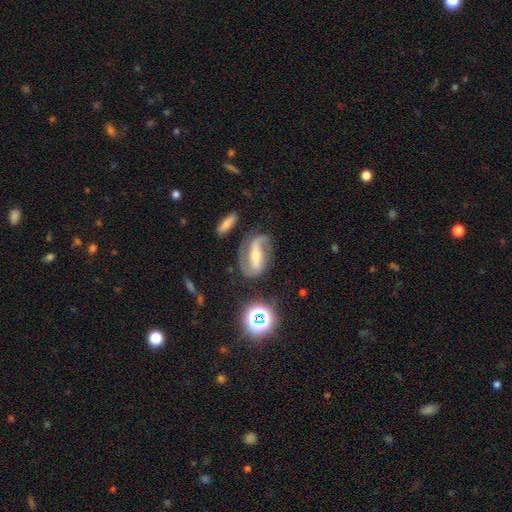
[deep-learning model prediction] This appears to be a featured or disk galaxy (84%) with a strong bar (62%), 2 (88%) medium (52%) spiral arms (95%) and a moderate central bulge (44%, tied with small). Merging: none (76%).